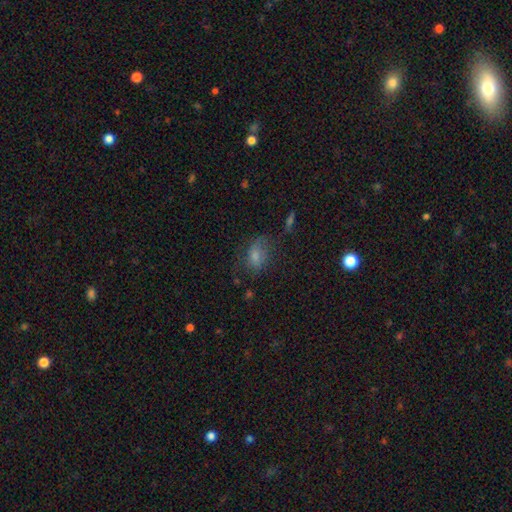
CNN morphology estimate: smooth 70%, featured or disk 17%, star or artifact 13%. Down the decision tree: how rounded — in between (81%); merging — none (50%).